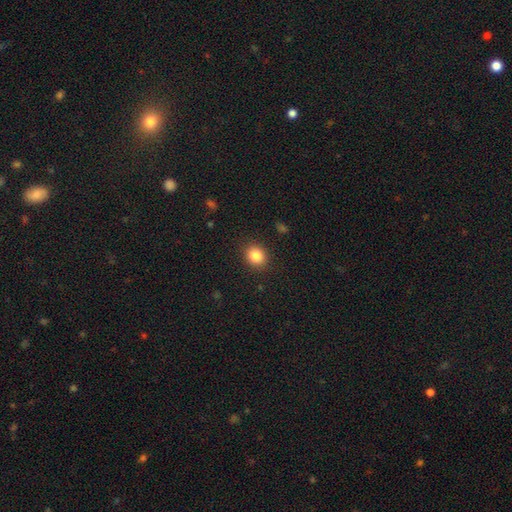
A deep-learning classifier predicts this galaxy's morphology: This is clearly a smooth galaxy (84%). How rounded: likely round (74%). Merging: clearly none (89%).